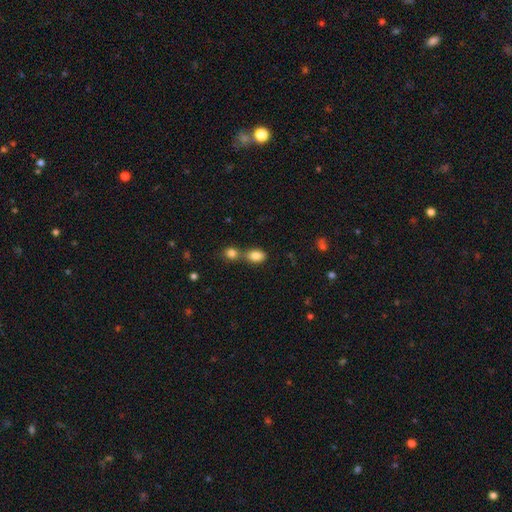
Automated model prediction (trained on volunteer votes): smooth_or_featured: smooth (p=0.84) [alt: star or artifact p=0.09]
how_rounded: in between (p=0.82) [alt: round p=0.16]
merging: none (p=0.45) [alt: merger p=0.42]